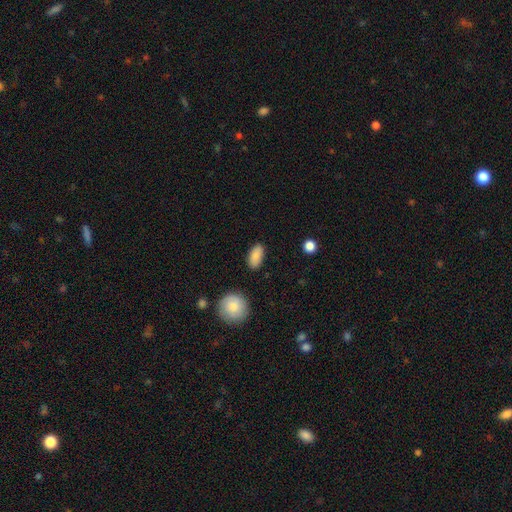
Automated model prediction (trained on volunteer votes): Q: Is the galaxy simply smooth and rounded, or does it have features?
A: smooth — 86%.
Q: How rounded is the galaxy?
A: in between — 91%.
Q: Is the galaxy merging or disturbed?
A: none — 85%.